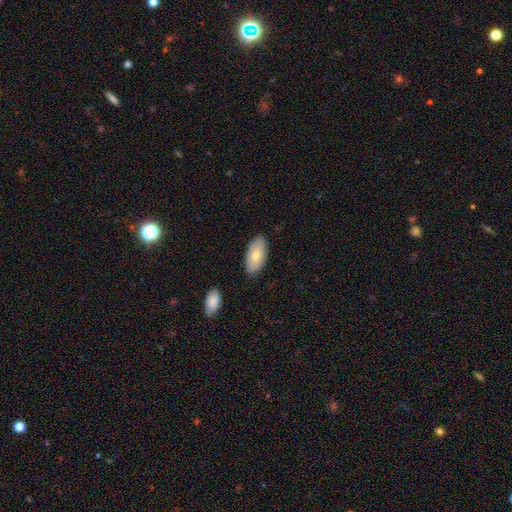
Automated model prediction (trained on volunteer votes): Q: Smooth or featured?
A: smooth (73%); runner-up: featured or disk (21%)
Q: How rounded?
A: in between (94%); runner-up: cigar-shaped (4%)
Q: Merging?
A: none (86%); runner-up: minor disturbance (10%)